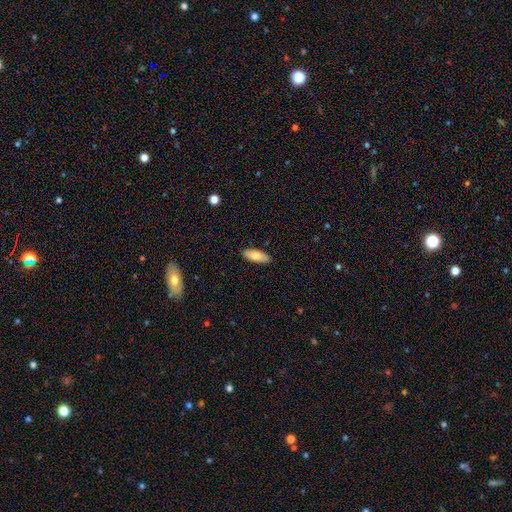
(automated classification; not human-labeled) smooth-or-featured: smooth: 83% | featured or disk: 11% | star or artifact: 6%
  how-rounded: in between: 74% | cigar-shaped: 24% | round: 2%
  merging: none: 88% | minor disturbance: 9% | major disturbance: 2% | merger: 1%